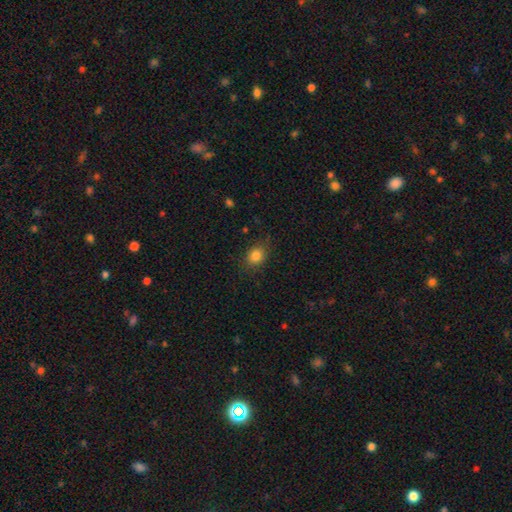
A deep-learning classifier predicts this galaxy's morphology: smooth 83%, star or artifact 11%, featured or disk 6%. Down the decision tree: how rounded — in between (55%); merging — none (81%).